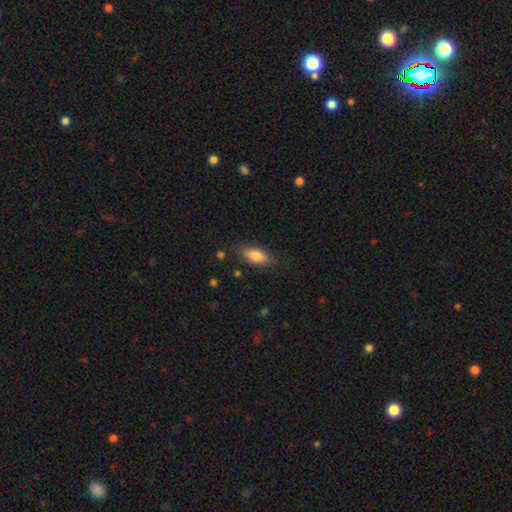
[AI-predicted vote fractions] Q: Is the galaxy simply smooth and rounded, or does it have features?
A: smooth — 83%.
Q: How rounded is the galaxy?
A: in between — 85%.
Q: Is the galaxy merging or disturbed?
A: none — 82%.